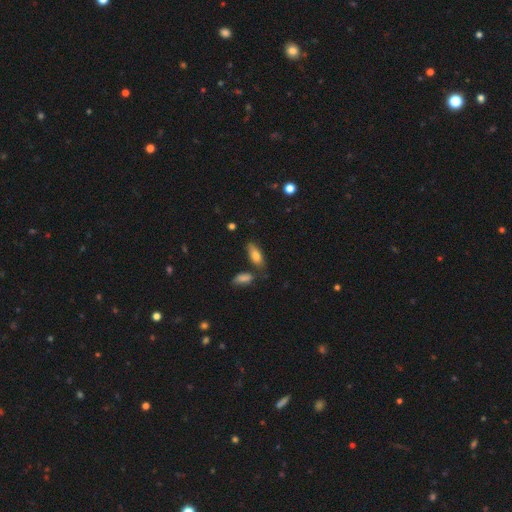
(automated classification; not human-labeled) Smooth or featured: smooth — 77% (featured or disk — 16%)
How rounded: in between — 74% (cigar-shaped — 23%)
Merging: none — 66% (minor disturbance — 18%)